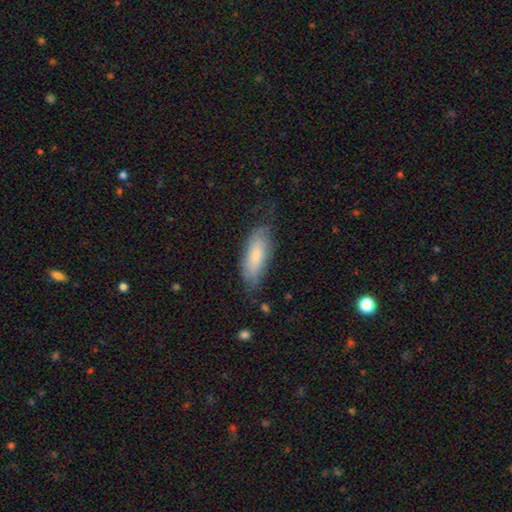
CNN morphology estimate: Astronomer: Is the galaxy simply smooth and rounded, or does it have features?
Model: smooth — 64%.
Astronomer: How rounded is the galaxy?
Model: in between — 72%.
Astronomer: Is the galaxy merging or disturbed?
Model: none — 62%.